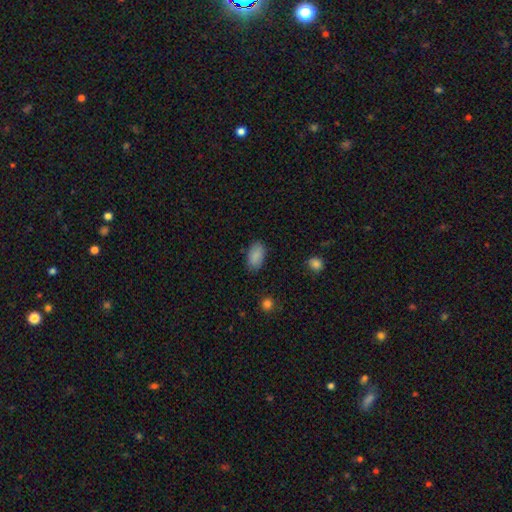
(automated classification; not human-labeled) Smooth or featured? smooth (88%)
How rounded? in between (94%)
Merging? none (83%)